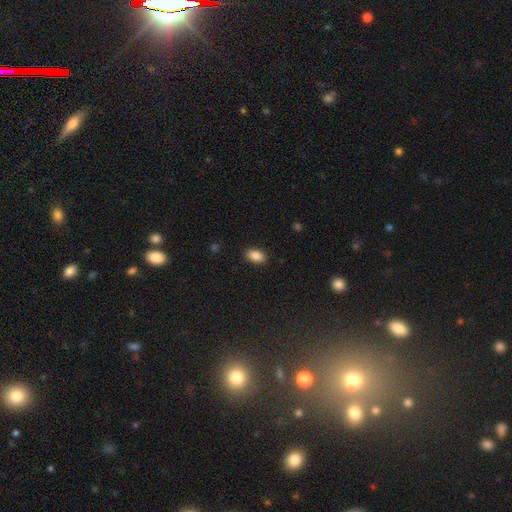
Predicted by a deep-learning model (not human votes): Overall: smooth (87%). How rounded: in between (91%). Merging: none (88%).